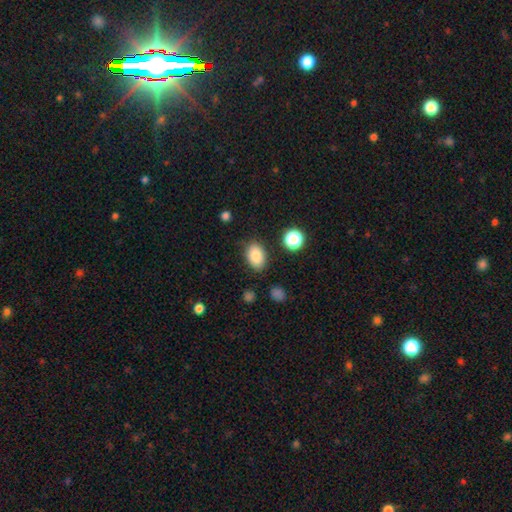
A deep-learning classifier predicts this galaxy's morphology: The model was most divided on "merging": none: 81%, minor disturbance: 13%, major disturbance: 4%, merger: 3%. More confident: smooth or featured — smooth (84%); how rounded — in between (84%).